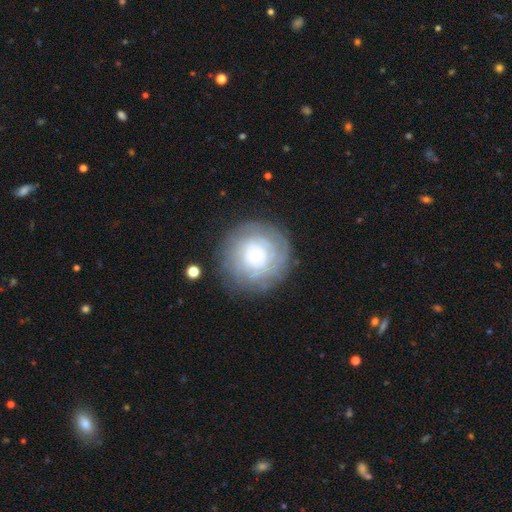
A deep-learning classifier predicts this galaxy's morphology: A featured or disk galaxy (55%) with no bar (87%), spiral arms (56%) and a small central bulge (71%).

Vote fractions:
- Smooth or featured? featured or disk: 55% / smooth: 36% / star or artifact: 8%
- Edge-on disk? no: 97% / yes: 3%
- Bar? no: 87% / weak: 10% / strong: 3%
- Spiral arms? yes: 56% / no: 44%
- Bulge size? small: 71% / moderate: 21% / large: 4% / dominant: 2% / none: 2%
- Merging? none: 81% / minor disturbance: 11% / major disturbance: 6% / merger: 2%